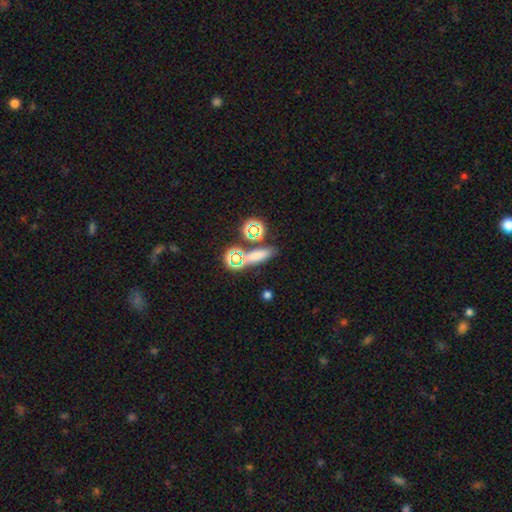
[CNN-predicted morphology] A smooth galaxy with no disk features (64%) that is in between round and cigar-shaped (46%).

Vote fractions:
- Smooth or featured? smooth: 64% / star or artifact: 26% / featured or disk: 11%
- How rounded? in between: 46% / cigar-shaped: 38% / round: 17%
- Merging? none: 70% / merger: 15% / minor disturbance: 10% / major disturbance: 4%